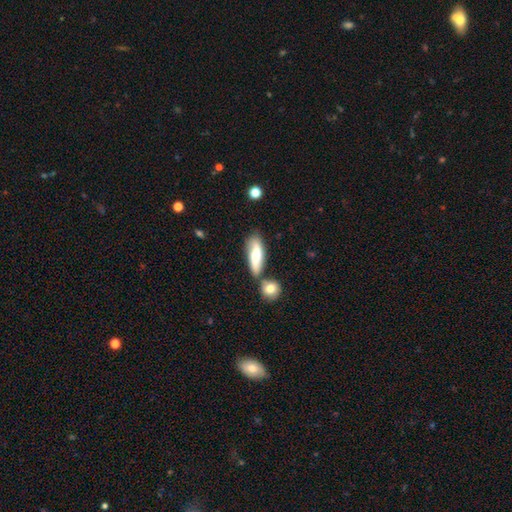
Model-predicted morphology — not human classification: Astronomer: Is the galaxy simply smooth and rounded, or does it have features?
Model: smooth — 61%.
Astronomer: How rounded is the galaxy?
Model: in between — 61% (runner-up: cigar-shaped, 37%).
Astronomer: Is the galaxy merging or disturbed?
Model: none — 60%.